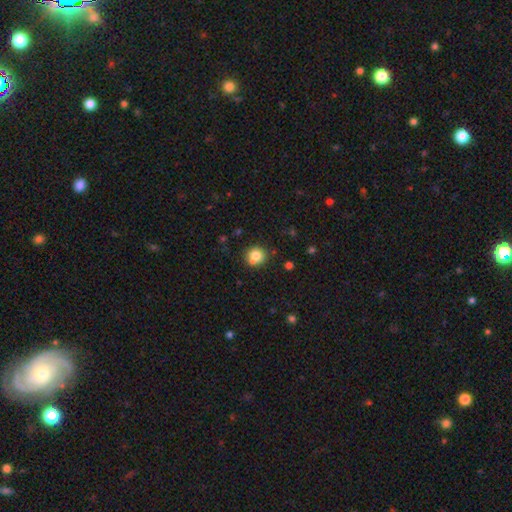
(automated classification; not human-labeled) Smooth or featured: smooth — 80% (star or artifact — 11%)
How rounded: round — 87% (in between — 12%)
Merging: none — 69% (merger — 14%)